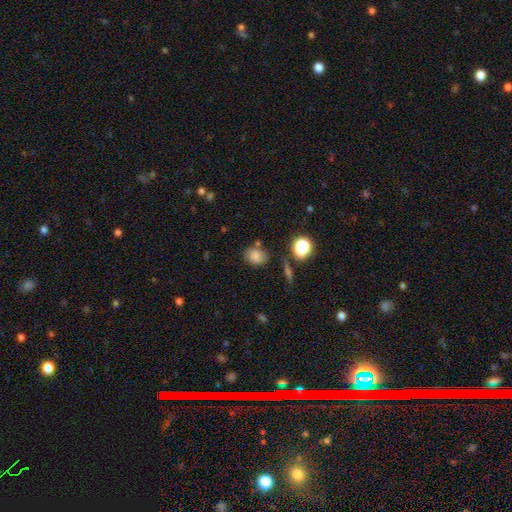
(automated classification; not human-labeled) Overall: smooth (78%). How rounded: in between (55%; round 43%). Merging: none (68%).